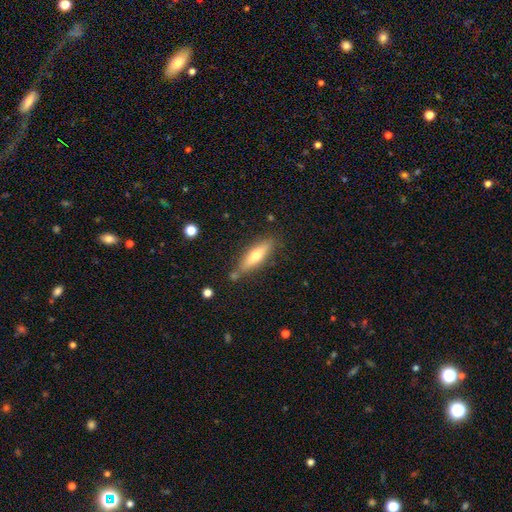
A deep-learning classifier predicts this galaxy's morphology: smooth-or-featured: smooth: 58% | featured or disk: 36% | star or artifact: 7%
  how-rounded: cigar-shaped: 62% | in between: 36% | round: 2%
  merging: none: 79% | minor disturbance: 13% | merger: 5% | major disturbance: 3%